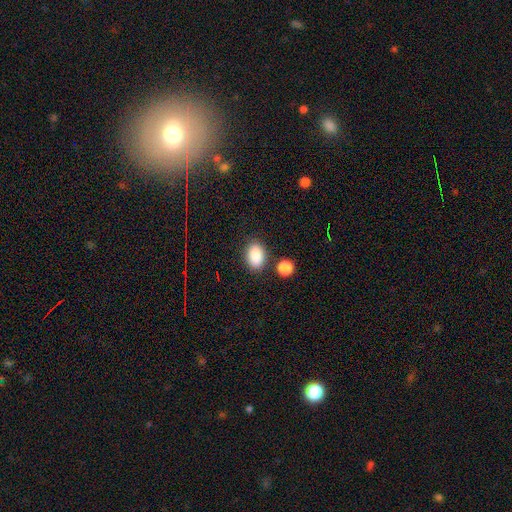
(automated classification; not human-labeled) This is clearly a smooth galaxy (89%). How rounded: clearly in between (86%). Merging: clearly none (80%).